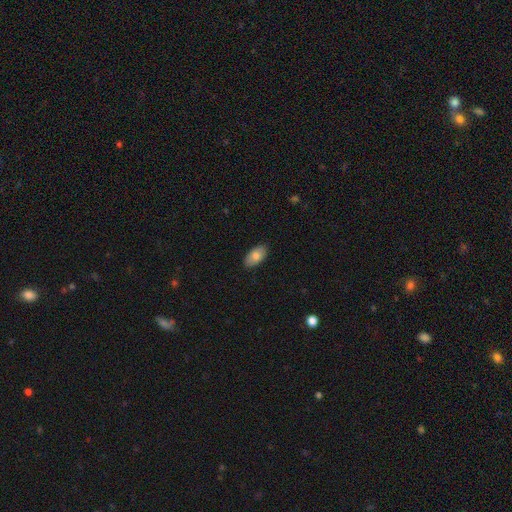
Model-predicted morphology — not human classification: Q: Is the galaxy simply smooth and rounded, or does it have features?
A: smooth — 81%.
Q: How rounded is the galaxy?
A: in between — 94%.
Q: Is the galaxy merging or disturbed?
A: none — 88%.